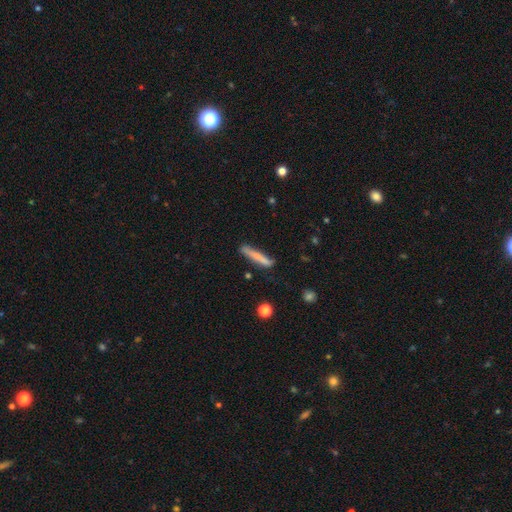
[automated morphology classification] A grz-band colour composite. It shows a smooth galaxy with no disk features (73%) that is cigar-shaped (94%). Merging: none (77%).